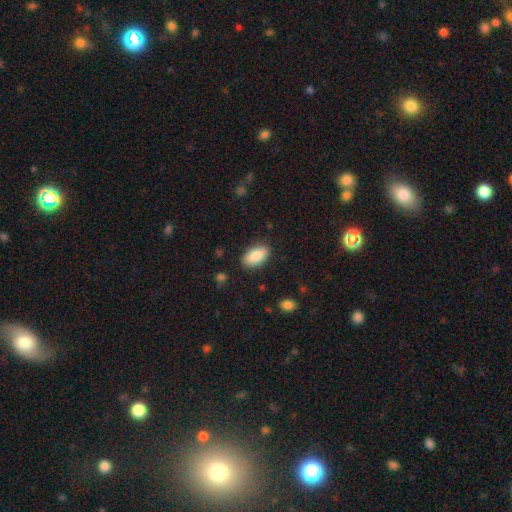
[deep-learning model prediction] smooth-or-featured: smooth: 85% | featured or disk: 9% | star or artifact: 7%
  how-rounded: in between: 93% | round: 4% | cigar-shaped: 2%
  merging: none: 87% | minor disturbance: 10% | major disturbance: 2% | merger: 1%